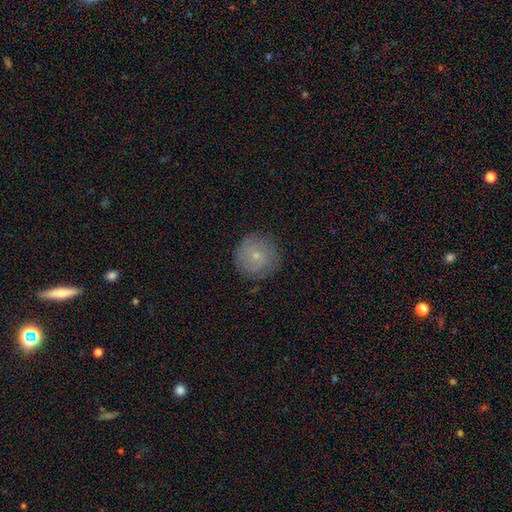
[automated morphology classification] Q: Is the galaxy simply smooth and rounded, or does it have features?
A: smooth — 66%.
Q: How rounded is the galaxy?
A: round — 95%.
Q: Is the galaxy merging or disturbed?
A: none — 84%.